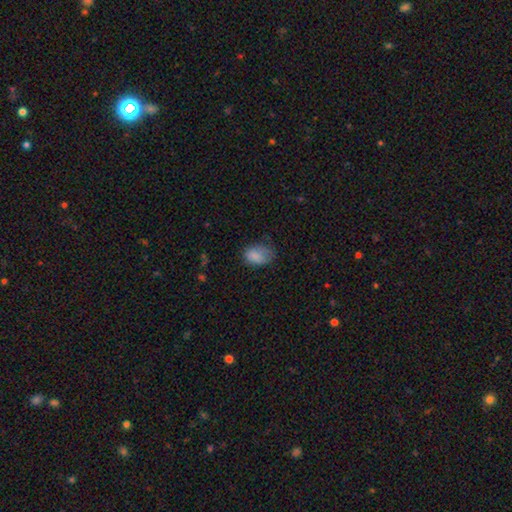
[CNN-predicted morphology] This appears to be a smooth galaxy with no disk features (84%) that is in between round and cigar-shaped (81%). Merging: none (51%).